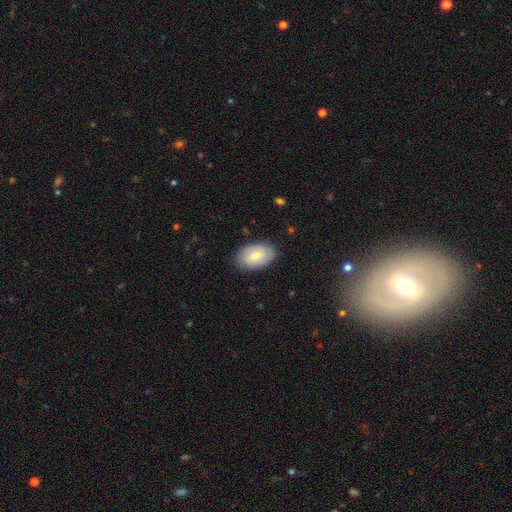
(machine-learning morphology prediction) Smooth or featured? smooth (72%)
How rounded? in between (90%)
Merging? none (85%)